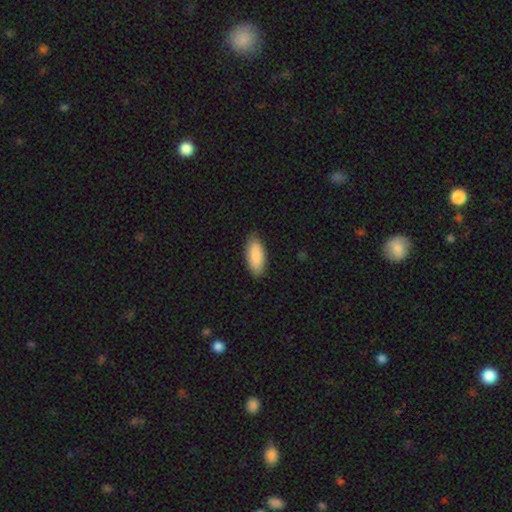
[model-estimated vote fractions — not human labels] Smooth or featured: smooth — 88% (featured or disk — 6%)
How rounded: in between — 85% (cigar-shaped — 13%)
Merging: none — 85% (minor disturbance — 12%)